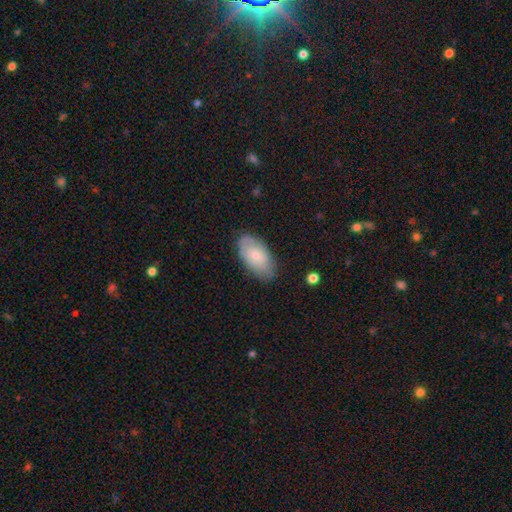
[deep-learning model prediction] smooth_or_featured: smooth (p=0.70) [alt: featured or disk p=0.24]
how_rounded: in between (p=0.94) [alt: round p=0.03]
merging: none (p=0.77) [alt: minor disturbance p=0.18]